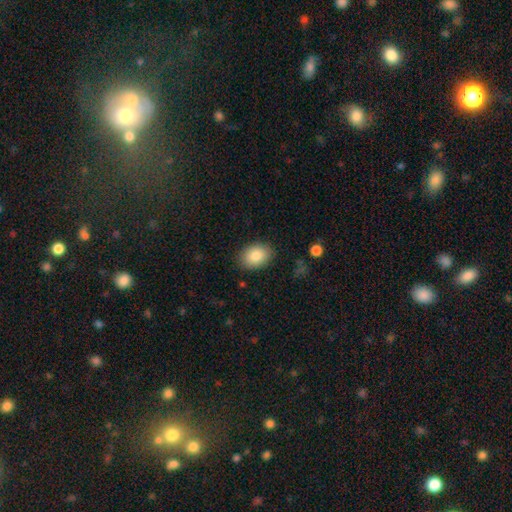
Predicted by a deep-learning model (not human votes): smooth 85%, featured or disk 7%, star or artifact 7%. Down the decision tree: how rounded — in between (78%); merging — none (86%).